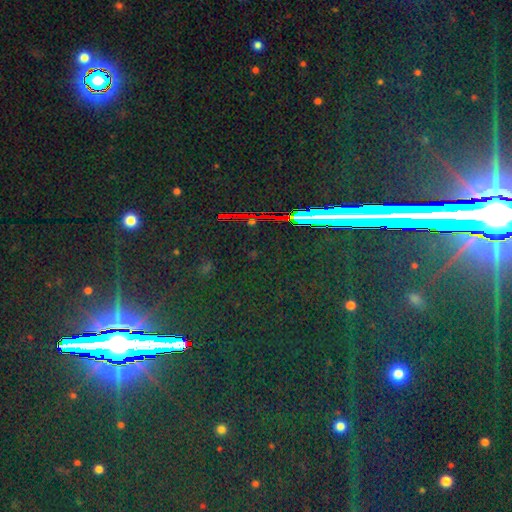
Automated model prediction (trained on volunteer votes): This is clearly a star or artifact rather than a galaxy (83%).